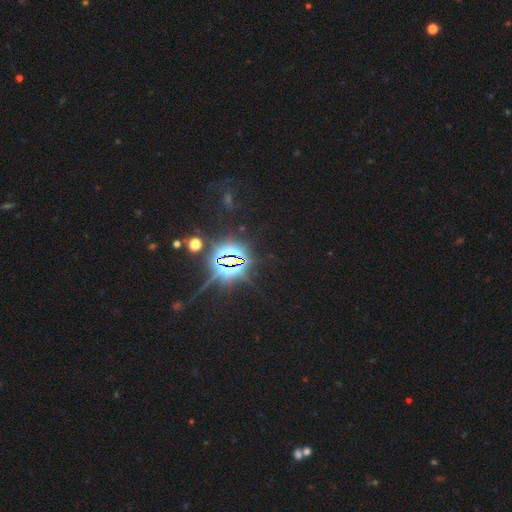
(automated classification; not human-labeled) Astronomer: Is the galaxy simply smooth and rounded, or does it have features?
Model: star or artifact — 85%.